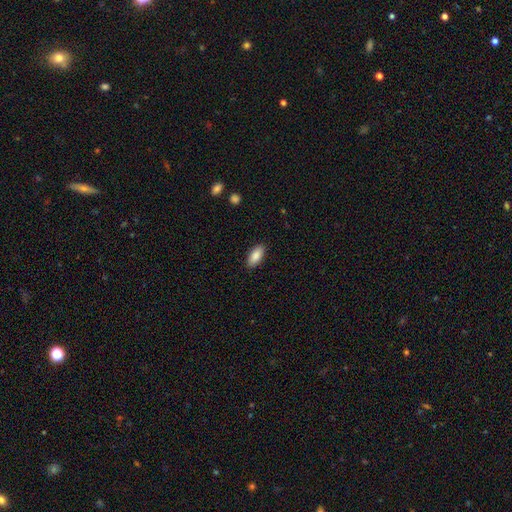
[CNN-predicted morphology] smooth_or_featured: smooth (p=0.88) [alt: star or artifact p=0.06]
how_rounded: in between (p=0.88) [alt: cigar-shaped p=0.10]
merging: none (p=0.89) [alt: minor disturbance p=0.08]